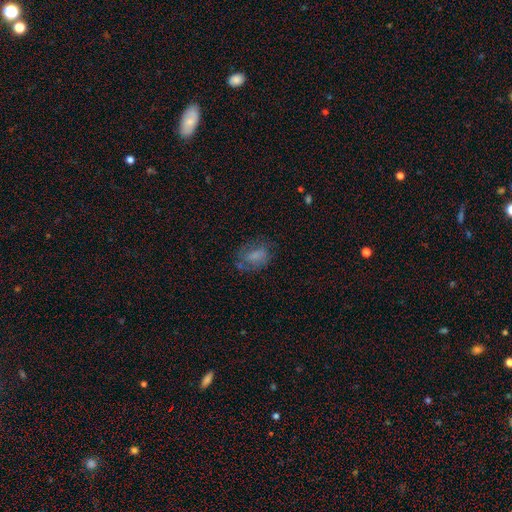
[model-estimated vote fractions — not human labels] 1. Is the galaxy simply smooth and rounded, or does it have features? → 64% smooth, 25% featured or disk, 10% star or artifact.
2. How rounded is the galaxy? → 81% in between, 17% round, 3% cigar-shaped.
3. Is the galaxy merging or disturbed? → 56% none, 25% minor disturbance, 17% major disturbance, 3% merger.